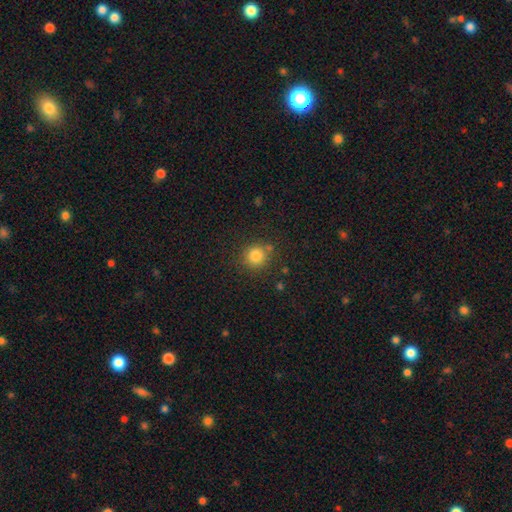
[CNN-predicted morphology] Smooth or featured? Predicted: smooth (p=0.83). How rounded? Predicted: round (p=0.91). Merging? Predicted: none (p=0.81).